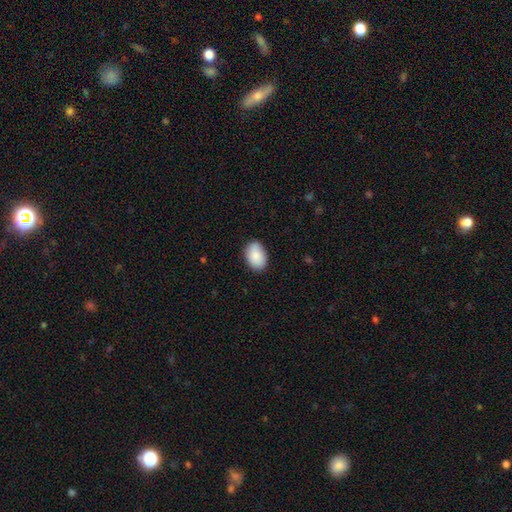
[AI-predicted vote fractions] Smooth or featured? smooth (88%)
How rounded? in between (87%)
Merging? none (83%)